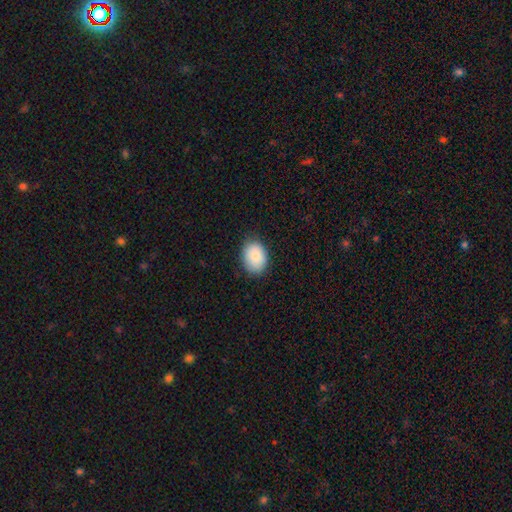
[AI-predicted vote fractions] Smooth or featured? Predicted: smooth (p=0.85). How rounded? Predicted: in between (p=0.63). Merging? Predicted: none (p=0.83).